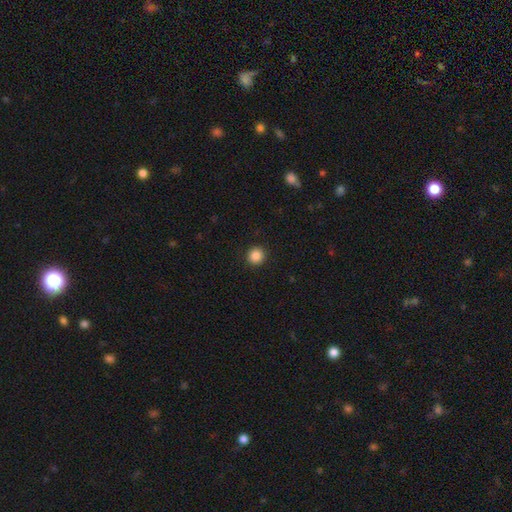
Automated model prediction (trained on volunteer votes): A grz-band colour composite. It shows a smooth galaxy with no disk features (87%) that is round (95%). Merging: none (93%).